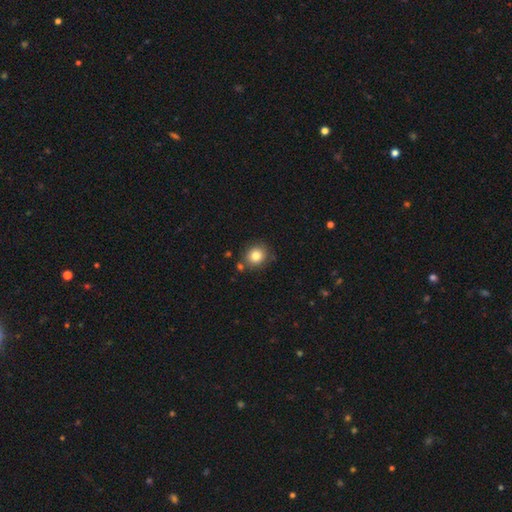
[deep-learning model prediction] Smooth or featured? Predicted: smooth (p=0.81). How rounded? Predicted: round (p=0.82). Merging? Predicted: none (p=0.80).